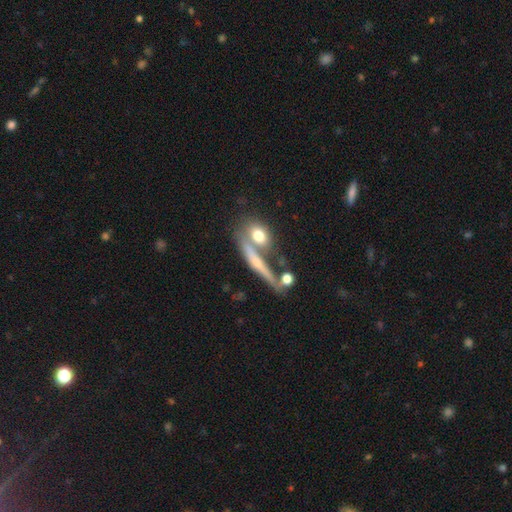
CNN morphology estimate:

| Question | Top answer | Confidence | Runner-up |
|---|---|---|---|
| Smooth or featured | featured or disk | 51% | smooth (37%) |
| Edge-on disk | yes | 78% | no (22%) |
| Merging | none | 48% | merger (33%) |